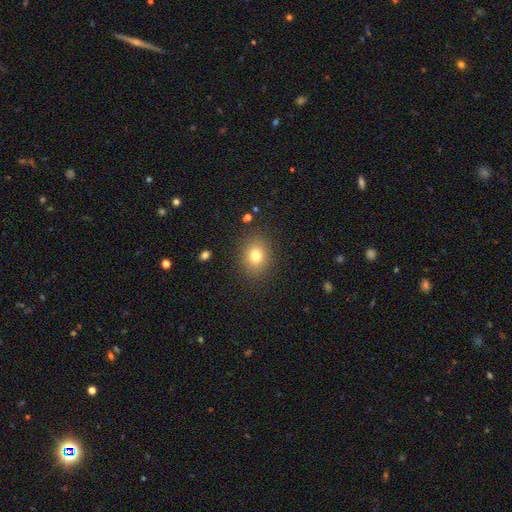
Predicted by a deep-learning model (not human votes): A smooth galaxy with no disk features (77%) that is round (59%). Merging: none (87%).